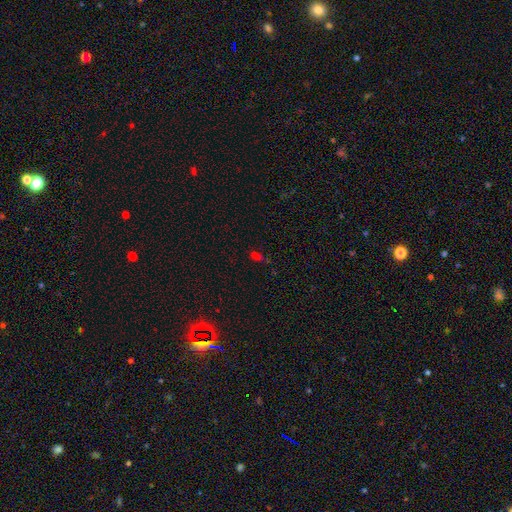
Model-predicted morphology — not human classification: A star or artifact, not a galaxy (48%).